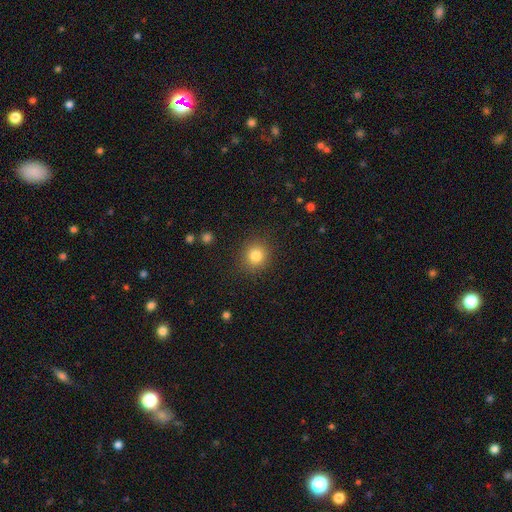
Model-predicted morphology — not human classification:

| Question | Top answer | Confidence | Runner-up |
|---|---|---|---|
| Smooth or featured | smooth | 82% | star or artifact (12%) |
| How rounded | round | 90% | in between (9%) |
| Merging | none | 89% | minor disturbance (7%) |